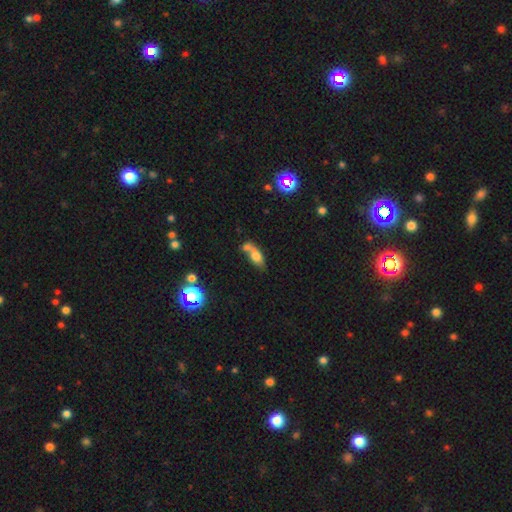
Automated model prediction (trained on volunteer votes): smooth_or_featured: smooth (p=0.66) [alt: featured or disk p=0.22]
how_rounded: in between (p=0.74) [alt: cigar-shaped p=0.15]
merging: merger (p=0.50) [alt: none p=0.30]